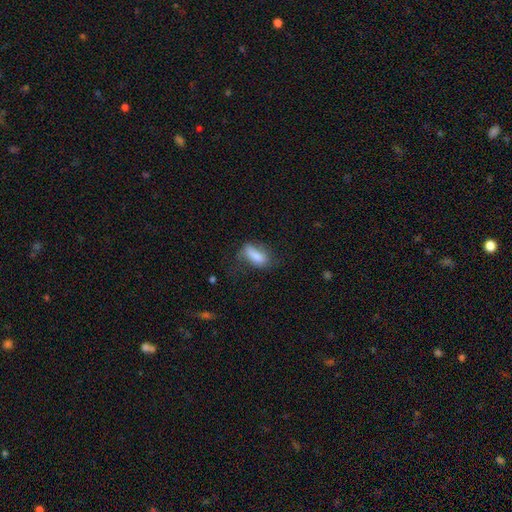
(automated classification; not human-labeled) Morphology: type=smooth (79%); roundness=in between (82%); merging=none (43%).